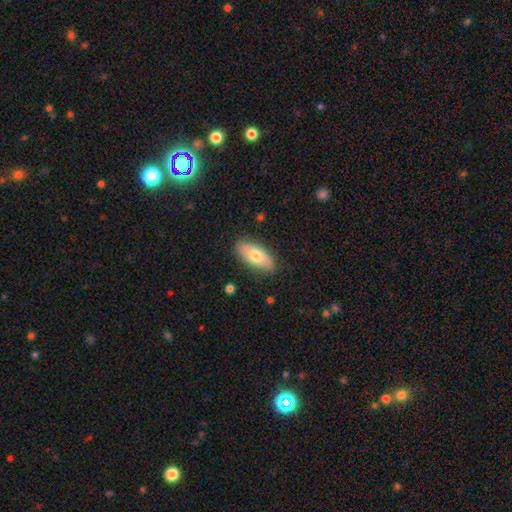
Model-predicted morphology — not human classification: Smooth or featured? smooth (71%)
How rounded? in between (86%)
Merging? none (85%)